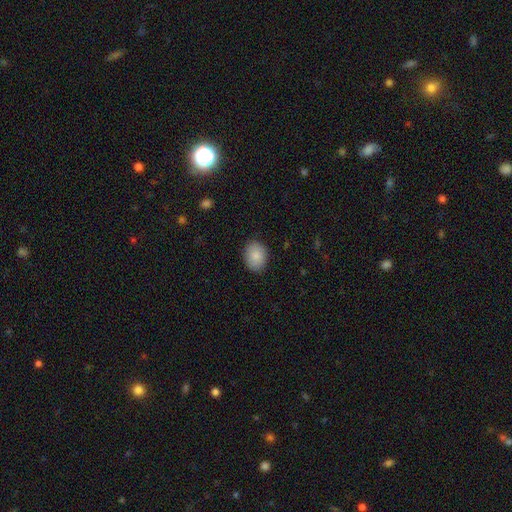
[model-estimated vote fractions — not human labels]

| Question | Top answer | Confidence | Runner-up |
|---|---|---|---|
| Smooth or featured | smooth | 87% | star or artifact (7%) |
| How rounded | in between | 65% | round (34%) |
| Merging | none | 87% | minor disturbance (9%) |